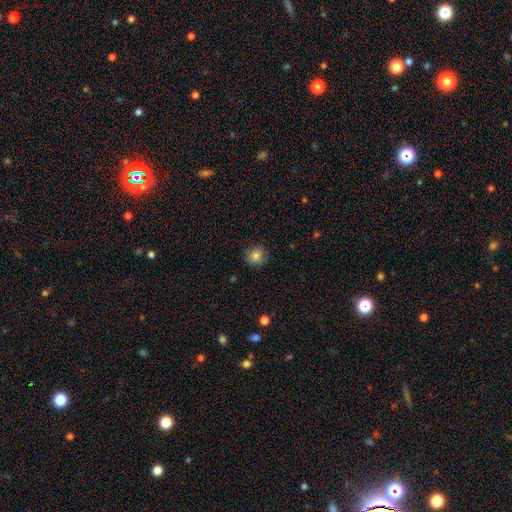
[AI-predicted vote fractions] The model was most divided on "how rounded": round: 83%, in between: 17%, cigar-shaped: 1%. More confident: merging — none (84%); smooth or featured — smooth (82%).